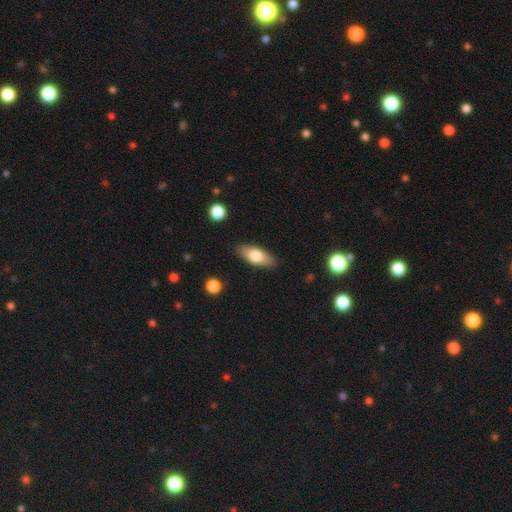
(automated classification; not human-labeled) The model was most divided on "smooth or featured": smooth: 71%, featured or disk: 23%, star or artifact: 6%. More confident: merging — none (86%); how rounded — in between (77%).